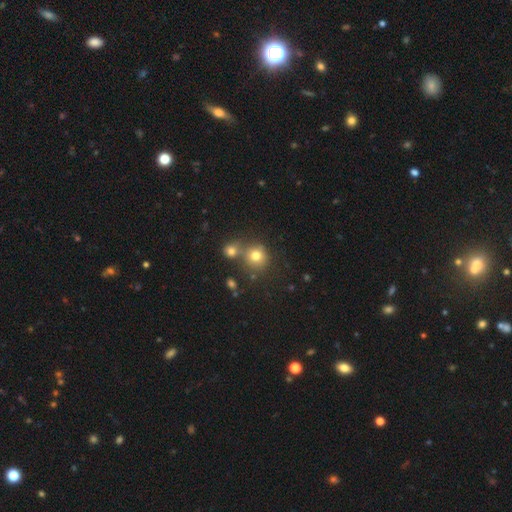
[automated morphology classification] This is likely a smooth galaxy (76%). How rounded: clearly round (88%). Merging: possibly none (55%).